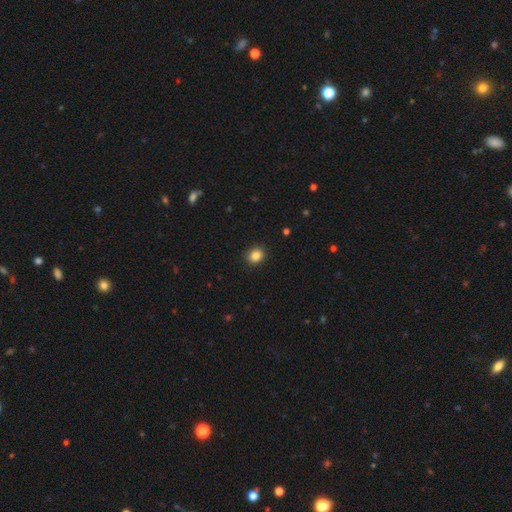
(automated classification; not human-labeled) A smooth galaxy with no disk features (86%) that is round (70%). Merging: none (89%).